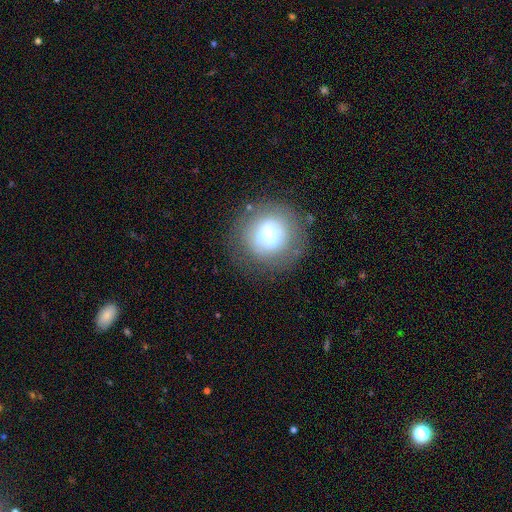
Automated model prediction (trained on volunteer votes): smooth_or_featured: smooth (p=0.61) [alt: featured or disk p=0.25]
how_rounded: round (p=0.91) [alt: in between p=0.08]
merging: none (p=0.82) [alt: minor disturbance p=0.11]